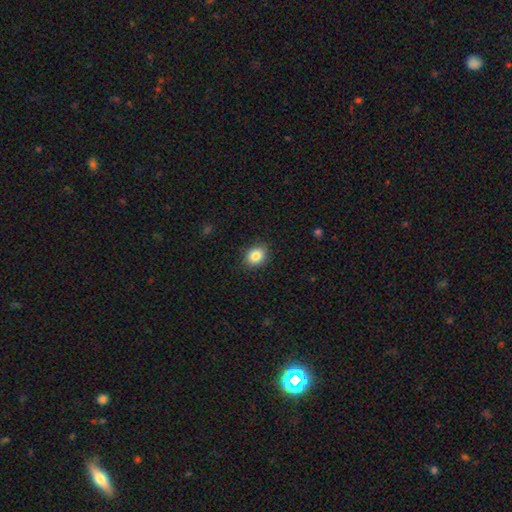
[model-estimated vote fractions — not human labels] Overall: smooth (85%). How rounded: round (52%; in between 47%). Merging: none (88%).